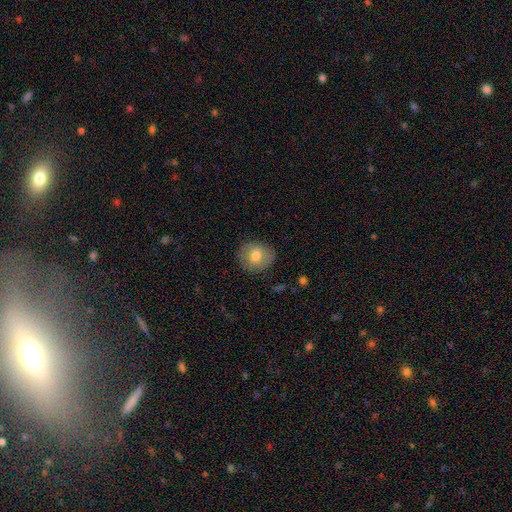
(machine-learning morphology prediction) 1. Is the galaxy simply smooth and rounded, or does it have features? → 72% smooth, 20% featured or disk, 8% star or artifact.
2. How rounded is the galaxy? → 74% round, 25% in between, 1% cigar-shaped.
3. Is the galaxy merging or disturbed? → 84% none, 11% minor disturbance, 3% major disturbance, 1% merger.